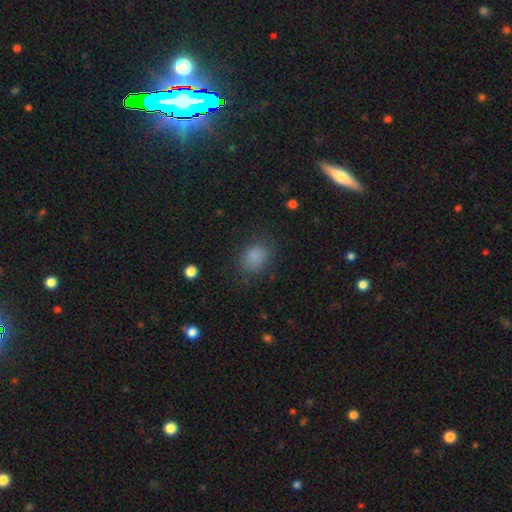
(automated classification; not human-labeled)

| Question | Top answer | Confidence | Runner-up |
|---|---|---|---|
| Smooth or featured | smooth | 81% | star or artifact (14%) |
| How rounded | in between | 51% | round (47%) |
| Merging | none | 81% | minor disturbance (13%) |